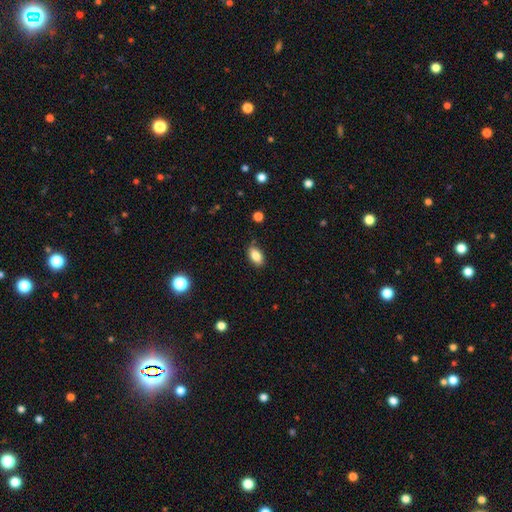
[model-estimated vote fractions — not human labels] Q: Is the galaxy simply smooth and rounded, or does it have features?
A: smooth — 85%.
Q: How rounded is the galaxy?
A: in between — 90%.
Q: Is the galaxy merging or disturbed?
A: none — 85%.